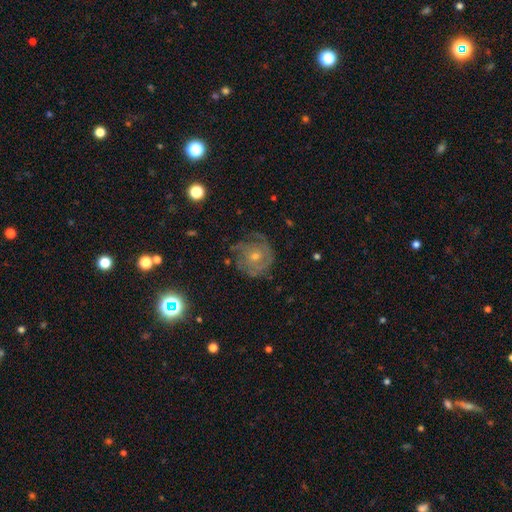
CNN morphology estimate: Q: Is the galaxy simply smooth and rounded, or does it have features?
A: featured or disk — 78%.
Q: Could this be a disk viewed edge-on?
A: no — 97%.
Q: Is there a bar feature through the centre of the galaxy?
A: no — 78%.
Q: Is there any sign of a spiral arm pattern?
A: yes — 92%.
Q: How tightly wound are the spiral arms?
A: tight — 63%.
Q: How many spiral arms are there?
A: can't tell — 32%.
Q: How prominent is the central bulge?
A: moderate — 48%.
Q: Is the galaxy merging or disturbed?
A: none — 68%.